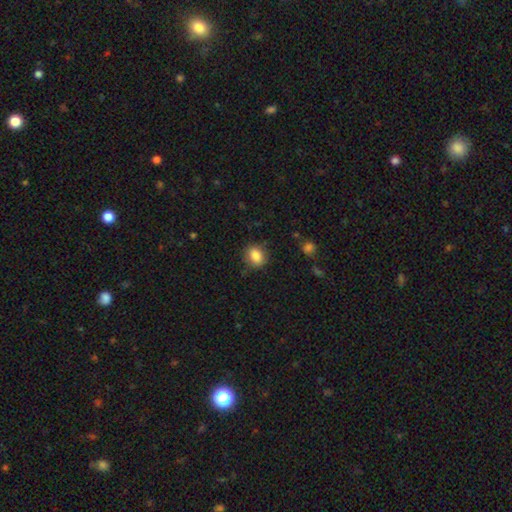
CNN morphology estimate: The model was most divided on "how rounded": in between: 50%, round: 49%, cigar-shaped: 1%. More confident: smooth or featured — smooth (85%); merging — none (82%).